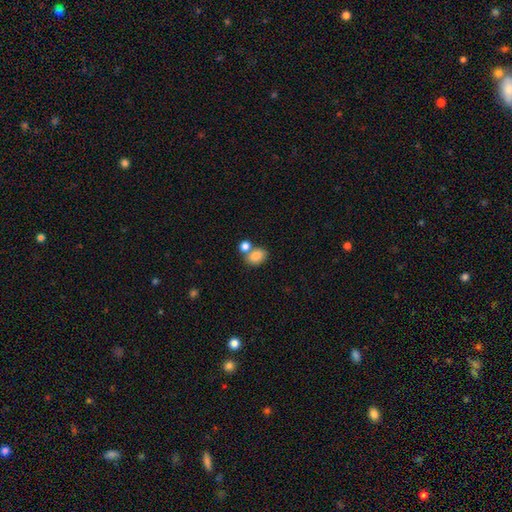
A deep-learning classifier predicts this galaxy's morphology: A smooth galaxy with no disk features (83%) that is in between round and cigar-shaped (71%). Merging: none (49%).